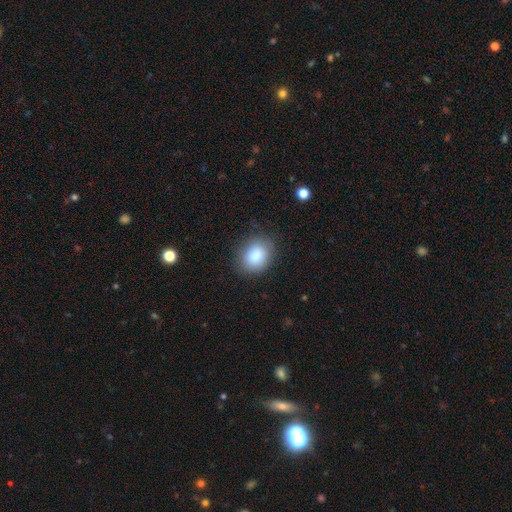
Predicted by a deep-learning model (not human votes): Smooth or featured?
  - smooth: 86% *
  - star or artifact: 8%
  - featured or disk: 6%
How rounded?
  - in between: 61% *
  - round: 38%
  - cigar-shaped: 1%
Merging?
  - none: 79% *
  - minor disturbance: 15%
  - major disturbance: 4%
  - merger: 1%